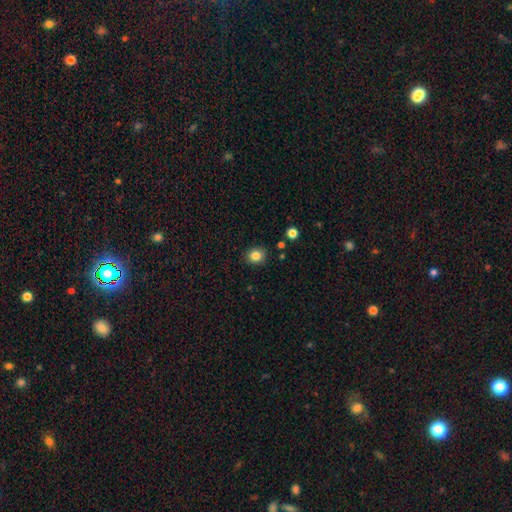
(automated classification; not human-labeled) smooth_or_featured: smooth (p=0.83) [alt: star or artifact p=0.11]
how_rounded: round (p=0.72) [alt: in between p=0.27]
merging: none (p=0.88) [alt: minor disturbance p=0.08]